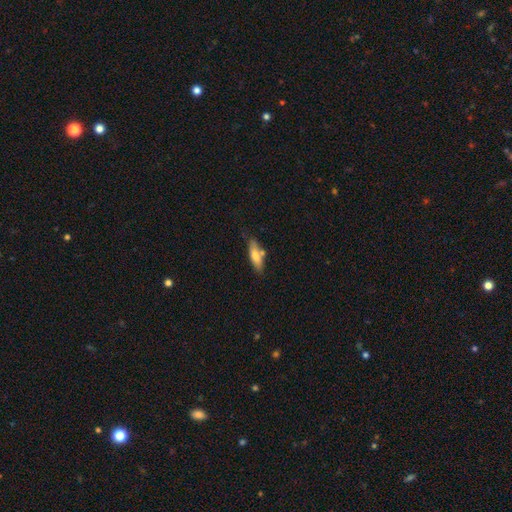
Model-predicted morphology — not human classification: Smooth or featured? Predicted: smooth (p=0.73). How rounded? Predicted: cigar-shaped (p=0.50). Merging? Predicted: none (p=0.69).